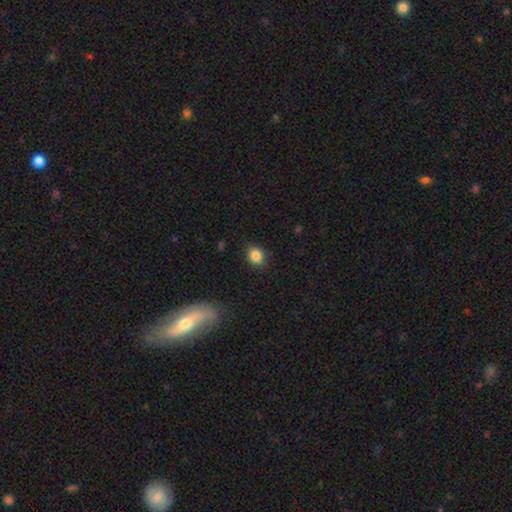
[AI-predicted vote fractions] smooth-or-featured: smooth: 85% | star or artifact: 10% | featured or disk: 5%
  how-rounded: round: 58% | in between: 41% | cigar-shaped: 1%
  merging: none: 84% | minor disturbance: 12% | major disturbance: 3% | merger: 1%